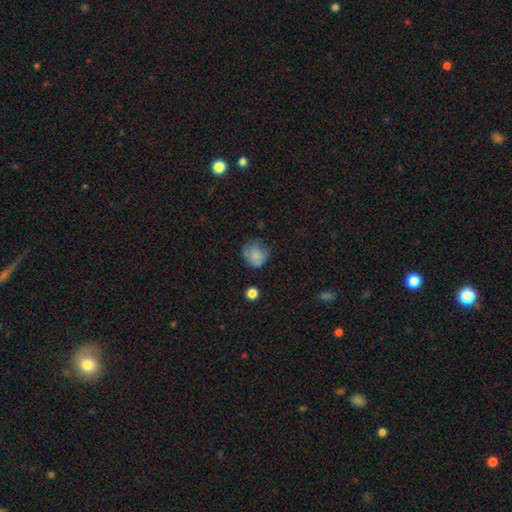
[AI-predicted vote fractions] Morphology: type=smooth (76%); roundness=round (80%); merging=none (59%).